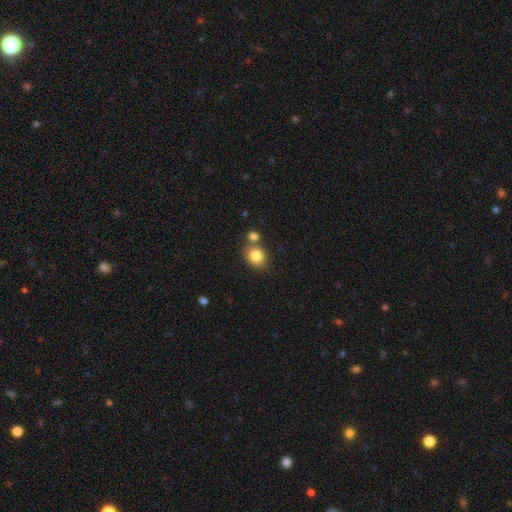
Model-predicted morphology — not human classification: smooth_or_featured: smooth (p=0.83) [alt: star or artifact p=0.10]
how_rounded: round (p=0.60) [alt: in between p=0.39]
merging: none (p=0.65) [alt: merger p=0.21]